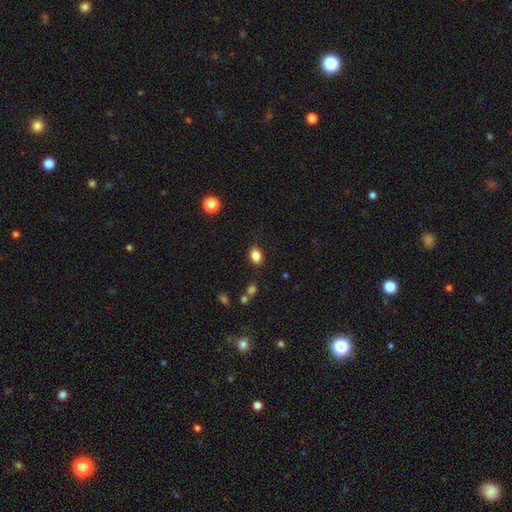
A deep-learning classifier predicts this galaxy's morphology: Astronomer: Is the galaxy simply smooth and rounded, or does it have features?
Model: smooth — 84%.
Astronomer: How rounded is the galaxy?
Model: in between — 73%.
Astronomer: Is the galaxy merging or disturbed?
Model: none — 85%.